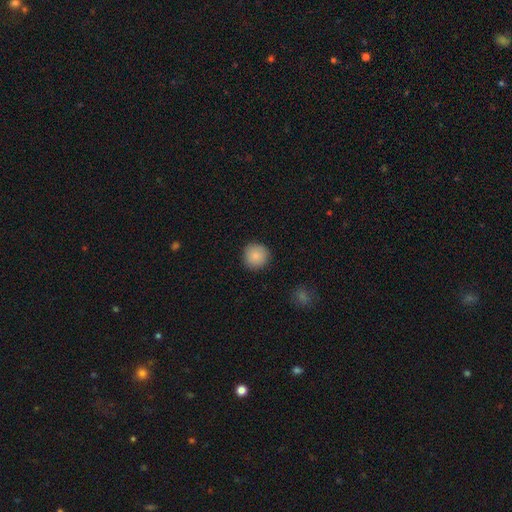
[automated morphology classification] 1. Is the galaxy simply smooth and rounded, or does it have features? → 87% smooth, 8% star or artifact, 5% featured or disk.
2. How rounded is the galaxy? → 94% round, 5% in between, 1% cigar-shaped.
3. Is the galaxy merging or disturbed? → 90% none, 7% minor disturbance, 2% major disturbance, 1% merger.